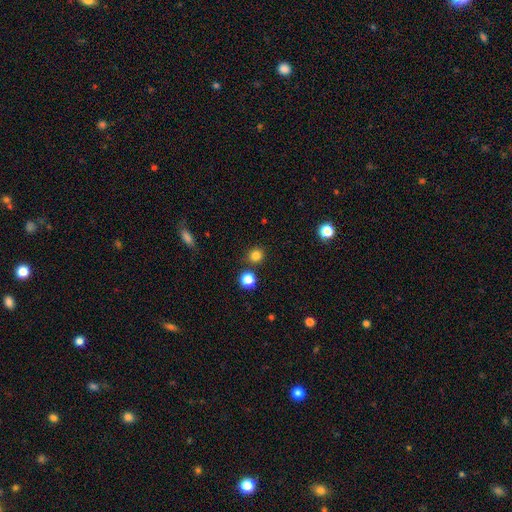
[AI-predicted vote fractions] Smooth or featured: smooth — 81% (star or artifact — 15%)
How rounded: round — 91% (in between — 8%)
Merging: none — 83% (merger — 8%)